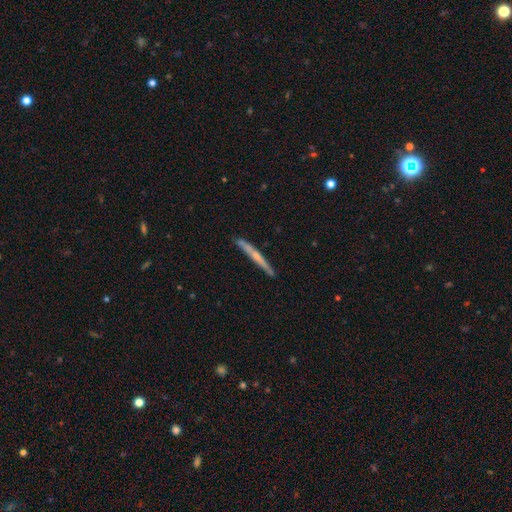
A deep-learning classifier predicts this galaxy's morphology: A featured or disk galaxy (61%) viewed edge-on (97%) with a rounded central bulge (54%). Merging: none (87%).